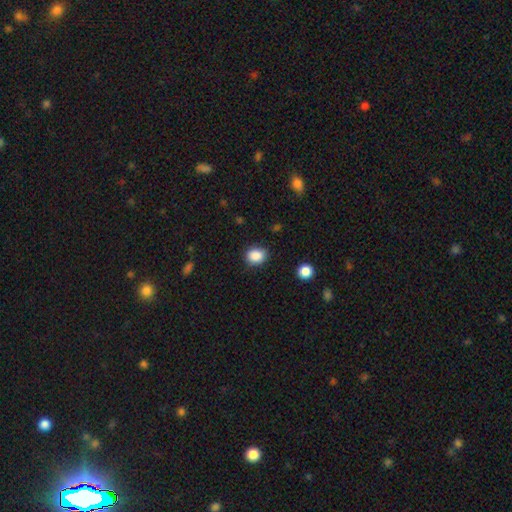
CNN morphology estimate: A smooth galaxy with no disk features (88%) that is round (55%).

Vote fractions:
- Smooth or featured? smooth: 88% / star or artifact: 9% / featured or disk: 3%
- How rounded? round: 55% / in between: 44% / cigar-shaped: 1%
- Merging? none: 82% / minor disturbance: 13% / major disturbance: 3% / merger: 2%